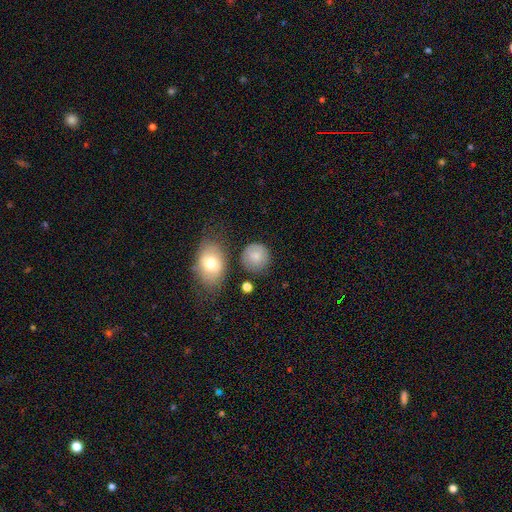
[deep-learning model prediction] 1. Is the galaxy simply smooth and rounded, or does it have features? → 82% smooth, 10% featured or disk, 8% star or artifact.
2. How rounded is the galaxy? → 86% round, 13% in between, 1% cigar-shaped.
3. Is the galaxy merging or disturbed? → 75% none, 14% minor disturbance, 5% merger, 5% major disturbance.